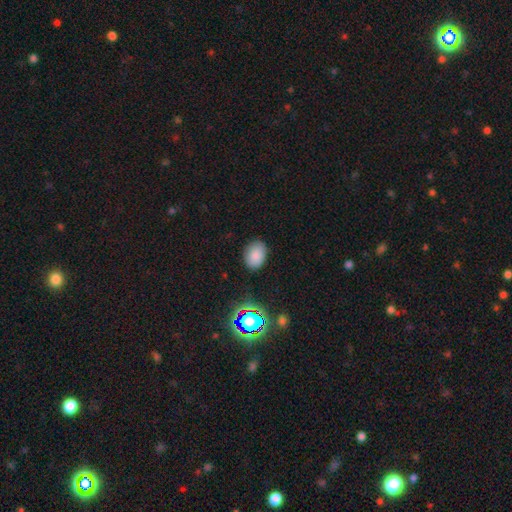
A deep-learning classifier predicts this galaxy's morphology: Smooth or featured?
  - smooth: 82% *
  - star or artifact: 12%
  - featured or disk: 6%
How rounded?
  - in between: 76% *
  - round: 23%
  - cigar-shaped: 1%
Merging?
  - none: 83% *
  - minor disturbance: 12%
  - major disturbance: 3%
  - merger: 1%